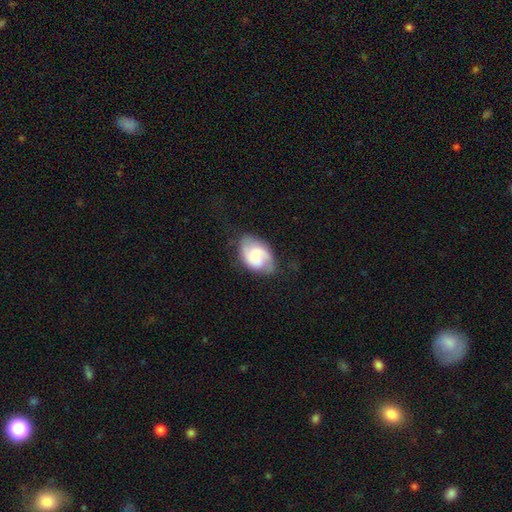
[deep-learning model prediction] Smooth or featured? featured or disk (52%)
Edge-on disk? no (96%)
Merging? none (64%)